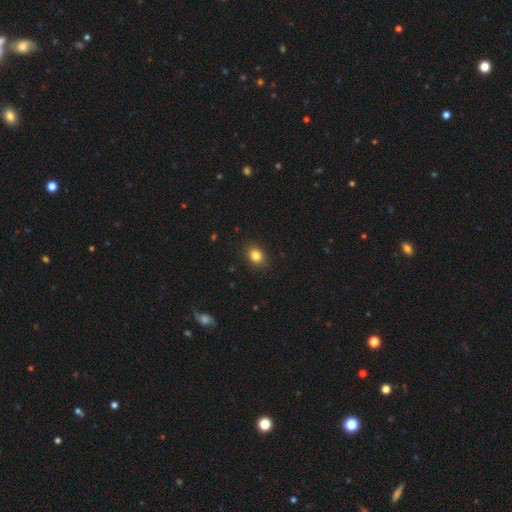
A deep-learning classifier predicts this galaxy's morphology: smooth 83%, star or artifact 11%, featured or disk 6%. Down the decision tree: how rounded — in between (54%); merging — none (88%).